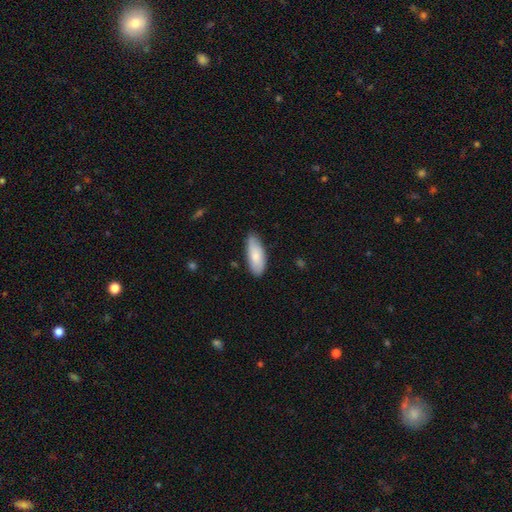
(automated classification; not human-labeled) Overall: smooth (78%). How rounded: in between (80%). Merging: none (76%).